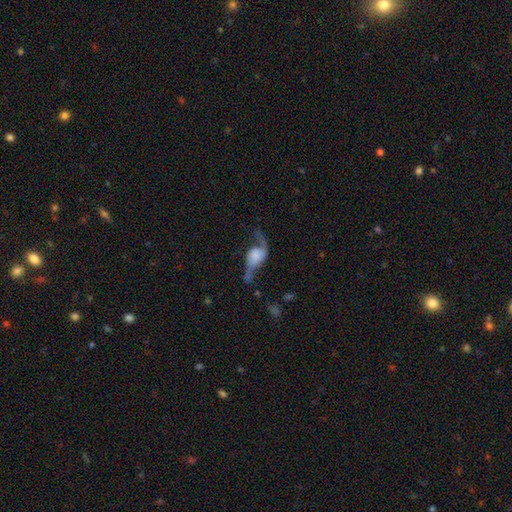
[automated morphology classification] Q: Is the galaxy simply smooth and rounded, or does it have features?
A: featured or disk — 73%.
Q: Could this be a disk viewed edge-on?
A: no — 93%.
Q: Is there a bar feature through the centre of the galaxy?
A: no — 67%.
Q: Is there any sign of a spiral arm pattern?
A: yes — 90%.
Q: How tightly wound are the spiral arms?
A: loose — 87%.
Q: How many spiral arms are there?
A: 2 — 85%.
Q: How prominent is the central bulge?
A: none — 33%.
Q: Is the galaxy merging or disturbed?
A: none — 40%.